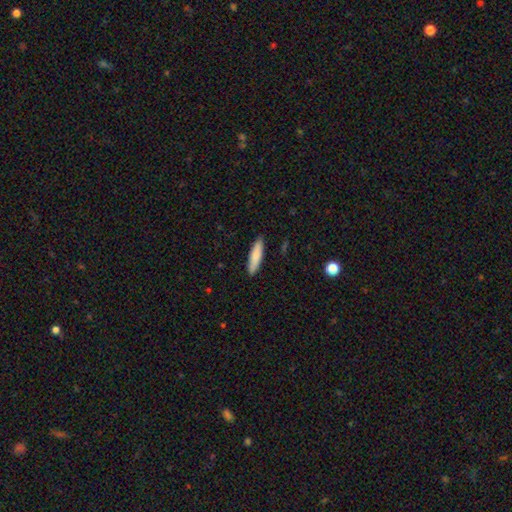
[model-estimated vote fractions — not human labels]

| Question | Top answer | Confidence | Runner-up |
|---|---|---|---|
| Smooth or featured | smooth | 85% | featured or disk (10%) |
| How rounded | cigar-shaped | 74% | in between (24%) |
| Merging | none | 89% | minor disturbance (8%) |